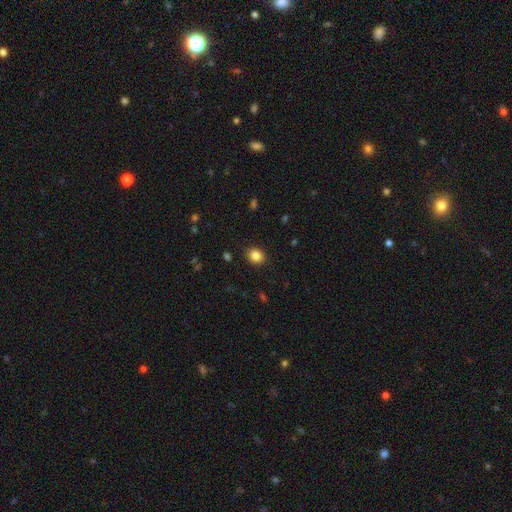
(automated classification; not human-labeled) Smooth or featured?
  - smooth: 85% *
  - star or artifact: 10%
  - featured or disk: 5%
How rounded?
  - round: 60% *
  - in between: 39%
  - cigar-shaped: 1%
Merging?
  - none: 89% *
  - minor disturbance: 8%
  - major disturbance: 2%
  - merger: 1%